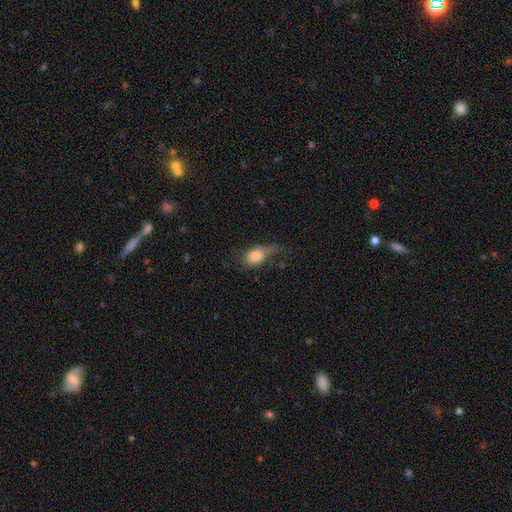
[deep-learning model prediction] Smooth or featured? Predicted: smooth (p=0.73). How rounded? Predicted: in between (p=0.77). Merging? Predicted: major disturbance (p=0.39).